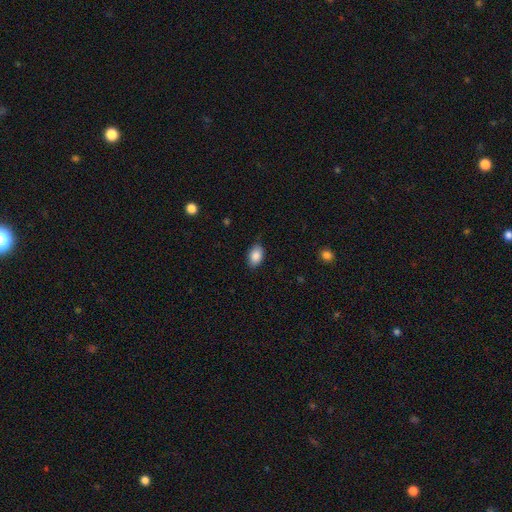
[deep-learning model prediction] A smooth galaxy with no disk features (88%) that is in between round and cigar-shaped (90%). Merging: none (85%).